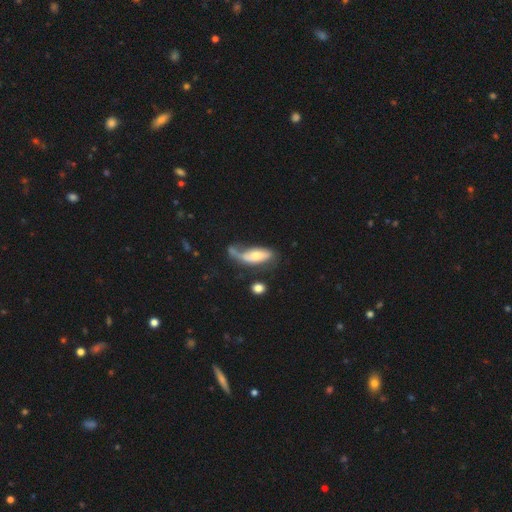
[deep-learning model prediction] smooth 47%, featured or disk 46%, star or artifact 7%. Down the decision tree: merging — none (30%).